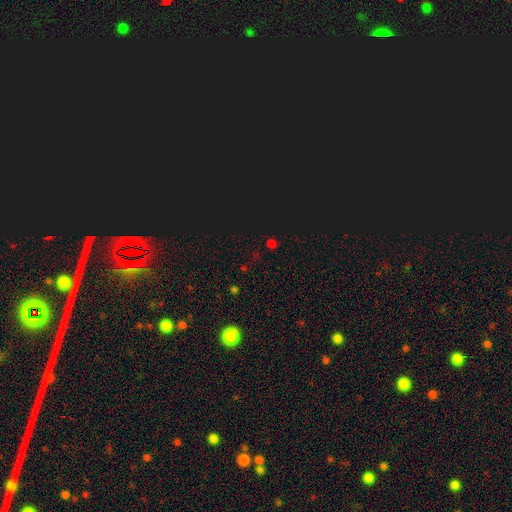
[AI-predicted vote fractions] This is likely a star or artifact rather than a galaxy (60%).